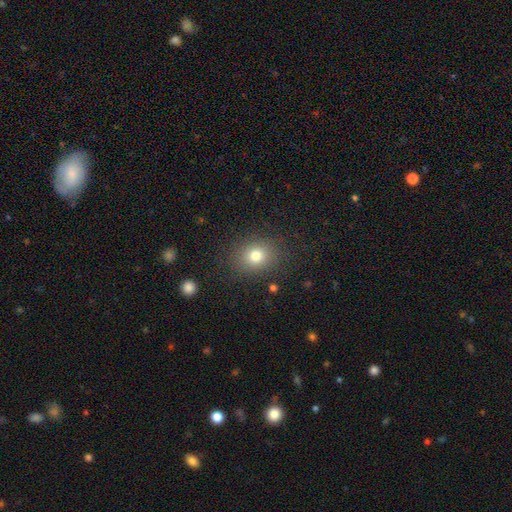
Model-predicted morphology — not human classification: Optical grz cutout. It shows a smooth galaxy with no disk features (77%) that is round (65%). Merging: none (85%).